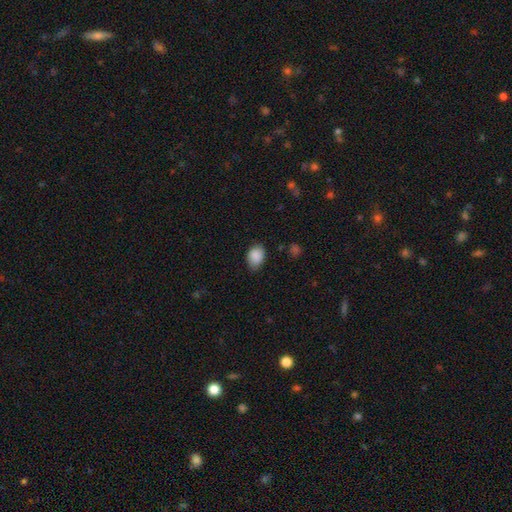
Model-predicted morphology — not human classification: The model was most divided on "merging": none: 70%, minor disturbance: 24%, major disturbance: 4%, merger: 1%. More confident: smooth or featured — smooth (89%); how rounded — in between (74%).